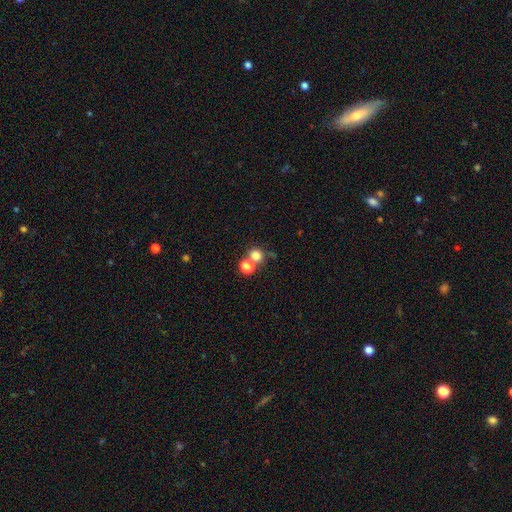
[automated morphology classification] Smooth or featured: smooth — 77% (star or artifact — 15%)
How rounded: round — 84% (in between — 15%)
Merging: none — 54% (merger — 35%)